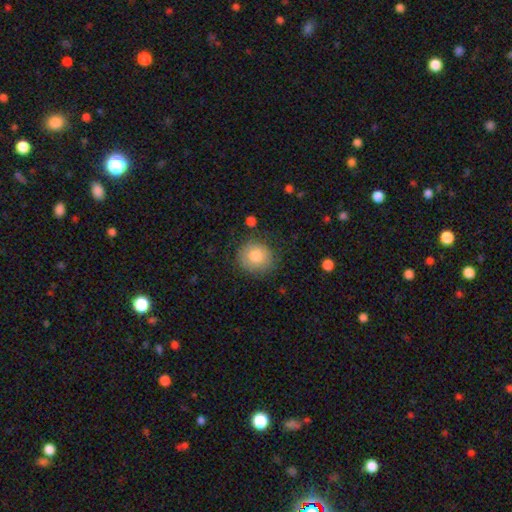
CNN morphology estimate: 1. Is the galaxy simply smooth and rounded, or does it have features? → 80% smooth, 12% featured or disk, 8% star or artifact.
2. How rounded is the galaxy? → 86% round, 13% in between, 1% cigar-shaped.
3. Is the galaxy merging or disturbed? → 81% none, 13% minor disturbance, 4% major disturbance, 2% merger.